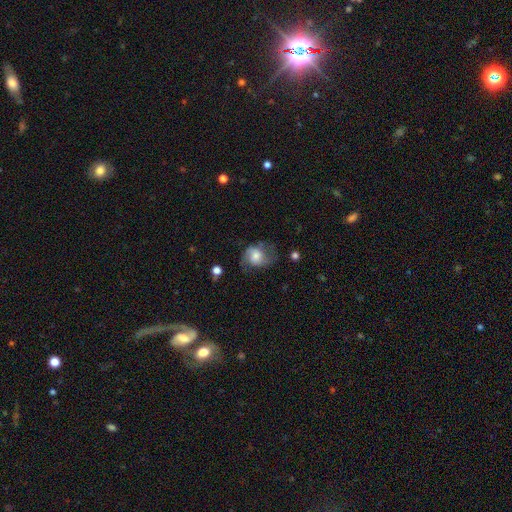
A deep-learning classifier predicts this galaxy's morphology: A smooth galaxy with no disk features (46%, tied with featured or disk). Merging: none (50%).